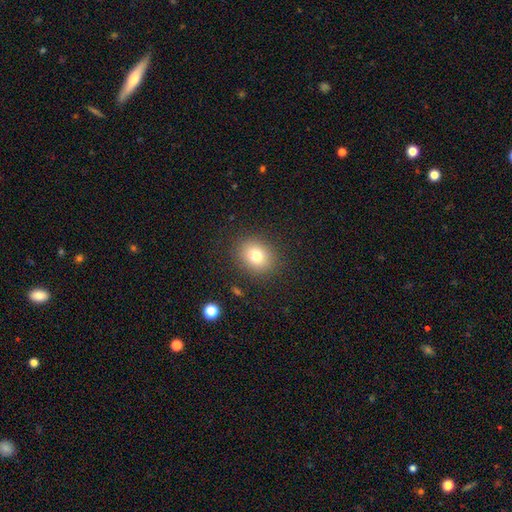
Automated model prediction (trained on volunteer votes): smooth 78%, star or artifact 12%, featured or disk 10%. Down the decision tree: how rounded — round (58%); merging — none (86%).